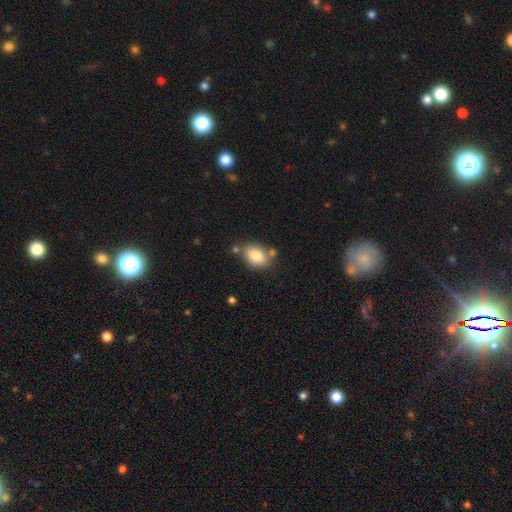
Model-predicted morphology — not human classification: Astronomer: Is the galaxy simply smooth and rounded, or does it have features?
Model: smooth — 82%.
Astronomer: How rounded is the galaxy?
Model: in between — 81%.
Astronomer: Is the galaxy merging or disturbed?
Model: none — 67%.